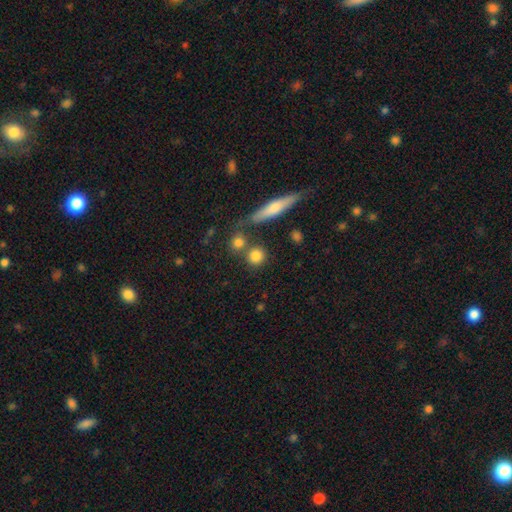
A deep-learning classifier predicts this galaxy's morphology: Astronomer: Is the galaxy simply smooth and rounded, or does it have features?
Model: smooth — 81%.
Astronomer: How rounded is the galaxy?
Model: round — 84%.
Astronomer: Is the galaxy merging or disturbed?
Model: none — 70%.